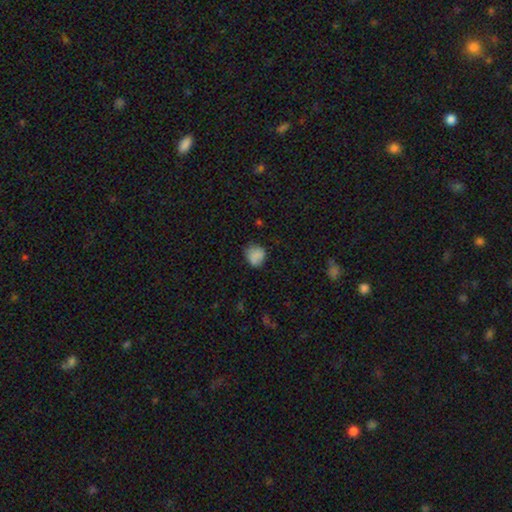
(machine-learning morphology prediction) This is clearly a smooth galaxy (81%). How rounded: likely round (66%). Merging: likely none (65%).